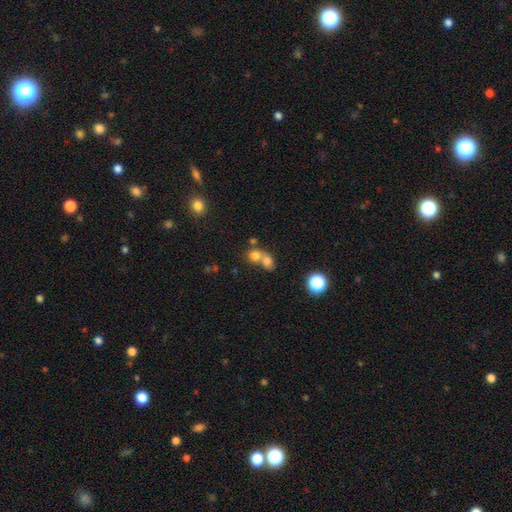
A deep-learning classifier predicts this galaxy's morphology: A smooth galaxy with no disk features (74%) that is round (64%).

Vote fractions:
- Smooth or featured? smooth: 74% / star or artifact: 13% / featured or disk: 13%
- How rounded? round: 64% / in between: 34% / cigar-shaped: 1%
- Merging? merger: 64% / none: 26% / minor disturbance: 5% / major disturbance: 4%